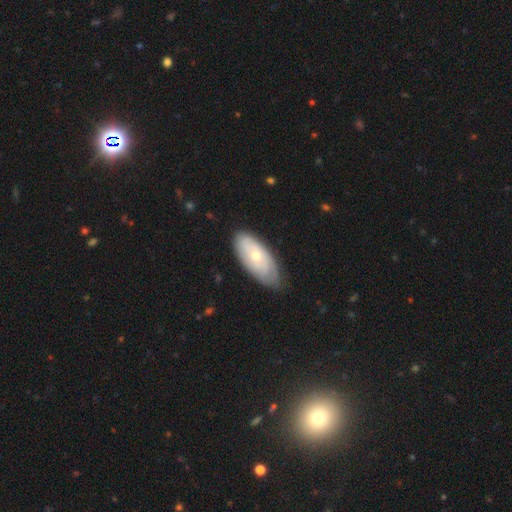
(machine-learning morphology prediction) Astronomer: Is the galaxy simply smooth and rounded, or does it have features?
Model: featured or disk — 54% (runner-up: smooth, 41%).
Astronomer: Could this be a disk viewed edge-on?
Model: no — 89%.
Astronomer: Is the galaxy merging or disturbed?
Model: none — 75%.